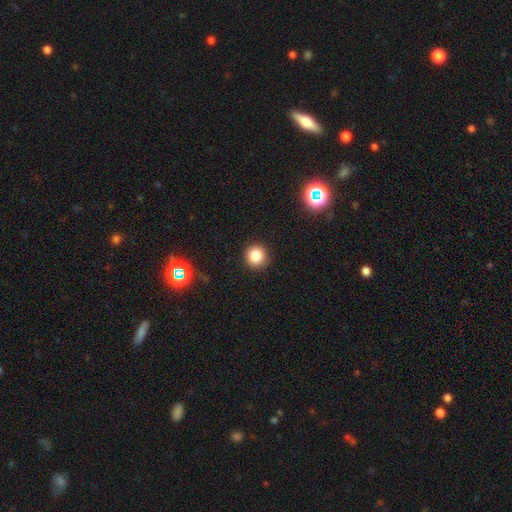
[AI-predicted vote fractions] smooth_or_featured: smooth (p=0.83) [alt: star or artifact p=0.12]
how_rounded: round (p=0.93) [alt: in between p=0.06]
merging: none (p=0.91) [alt: minor disturbance p=0.06]